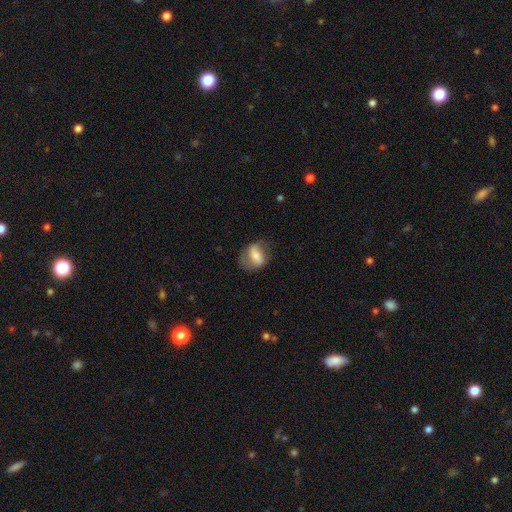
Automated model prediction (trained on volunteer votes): Morphology: type=smooth (52%); roundness=in between (70%); merging=none (57%).